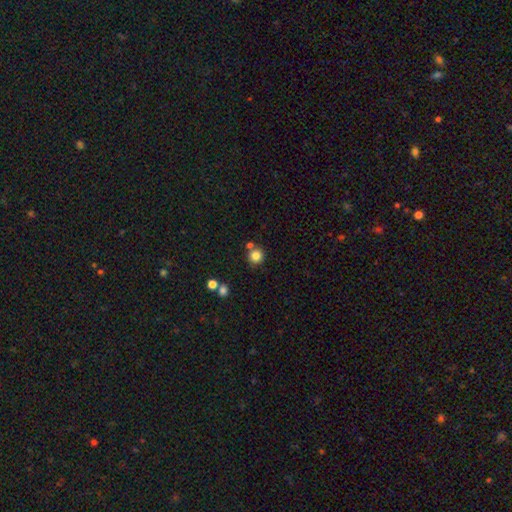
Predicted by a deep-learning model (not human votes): The model was most divided on "merging": none: 75%, merger: 13%, minor disturbance: 9%, major disturbance: 3%. More confident: how rounded — round (93%); smooth or featured — smooth (83%).